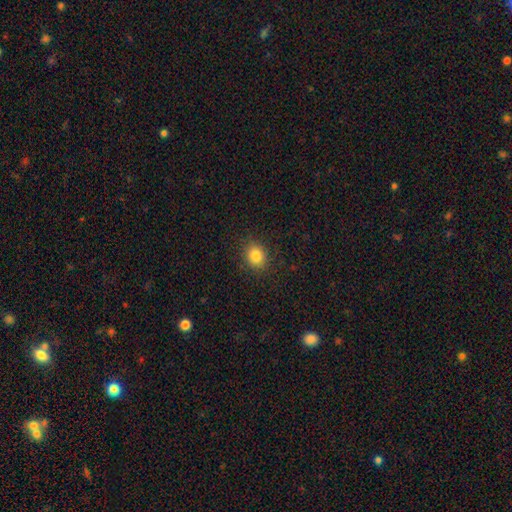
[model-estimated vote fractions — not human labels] smooth-or-featured: smooth: 84% | star or artifact: 11% | featured or disk: 6%
  how-rounded: round: 66% | in between: 33% | cigar-shaped: 1%
  merging: none: 88% | minor disturbance: 9% | major disturbance: 3% | merger: 1%